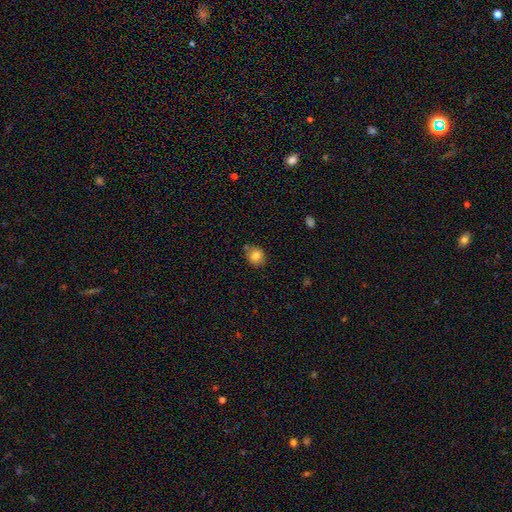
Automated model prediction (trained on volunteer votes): smooth-or-featured: smooth: 82% | star or artifact: 10% | featured or disk: 8%
  how-rounded: round: 79% | in between: 20% | cigar-shaped: 1%
  merging: none: 74% | minor disturbance: 16% | merger: 7% | major disturbance: 3%